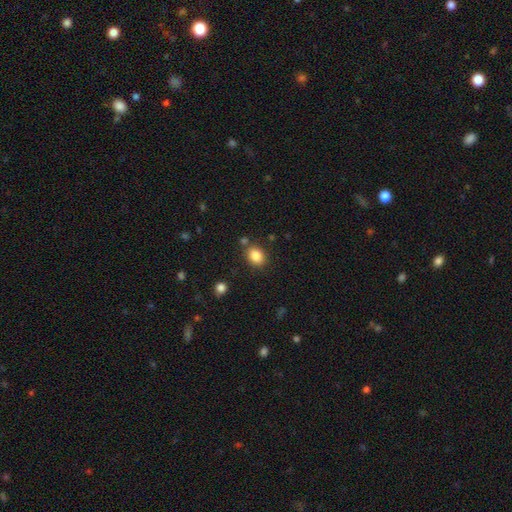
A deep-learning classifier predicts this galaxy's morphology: Smooth or featured: smooth — 85% (star or artifact — 10%)
How rounded: in between — 53% (round — 46%)
Merging: none — 80% (minor disturbance — 10%)